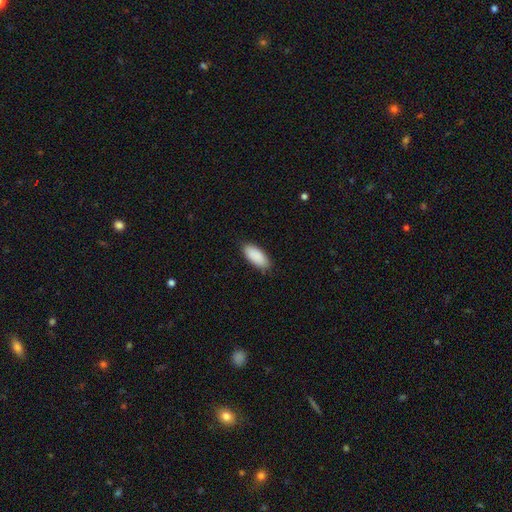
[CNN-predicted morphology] Smooth or featured? smooth (91%)
How rounded? in between (87%)
Merging? none (86%)